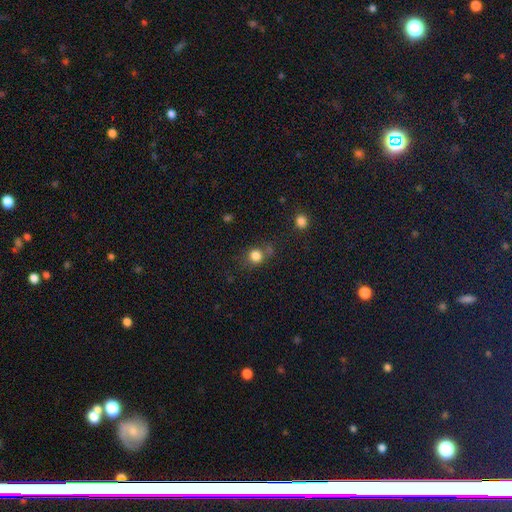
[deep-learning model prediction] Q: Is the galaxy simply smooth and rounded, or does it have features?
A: smooth — 82%.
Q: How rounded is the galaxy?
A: round — 84%.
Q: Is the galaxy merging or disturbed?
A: none — 69%.